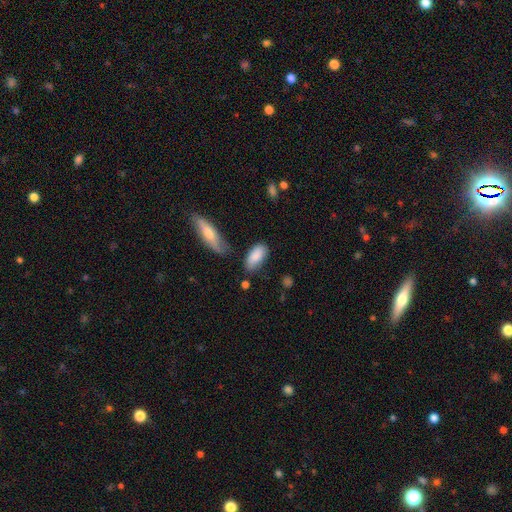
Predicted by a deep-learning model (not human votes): smooth-or-featured: smooth: 86% | featured or disk: 8% | star or artifact: 6%
  how-rounded: in between: 90% | cigar-shaped: 8% | round: 3%
  merging: none: 65% | minor disturbance: 23% | merger: 6% | major disturbance: 6%